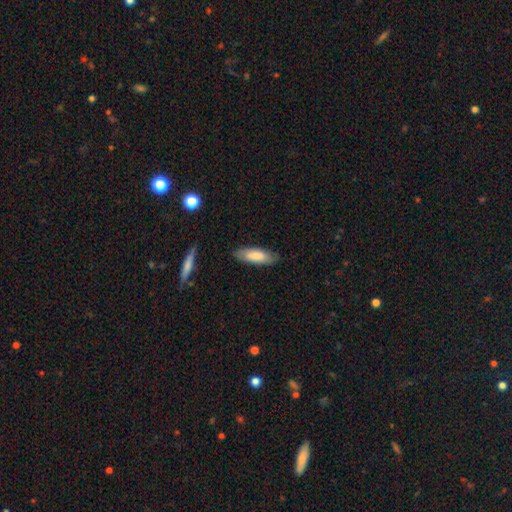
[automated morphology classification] A smooth galaxy with no disk features (75%) that is in between round and cigar-shaped (59%).

Vote fractions:
- Smooth or featured? smooth: 75% / featured or disk: 19% / star or artifact: 6%
- How rounded? in between: 59% / cigar-shaped: 40% / round: 2%
- Merging? none: 83% / minor disturbance: 13% / major disturbance: 3% / merger: 1%